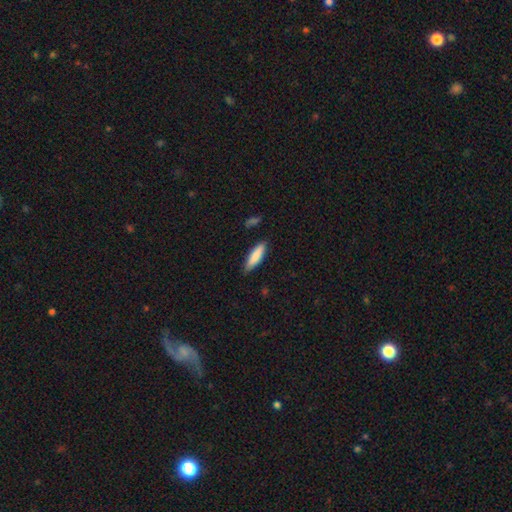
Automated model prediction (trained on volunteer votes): Smooth or featured?
  - smooth: 83% *
  - featured or disk: 11%
  - star or artifact: 6%
How rounded?
  - cigar-shaped: 63% *
  - in between: 35%
  - round: 1%
Merging?
  - none: 83% *
  - minor disturbance: 13%
  - major disturbance: 2%
  - merger: 2%